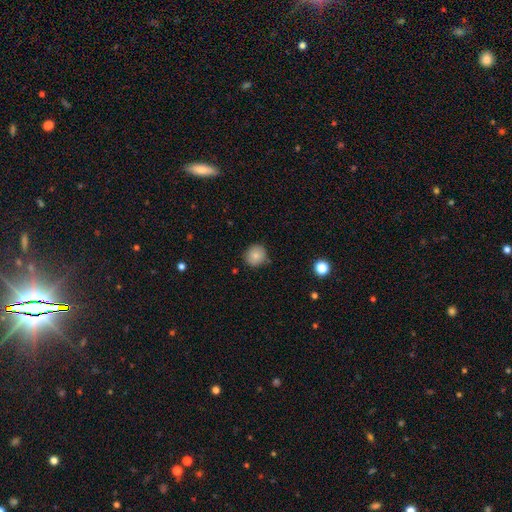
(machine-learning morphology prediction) Overall: smooth (81%). How rounded: round (88%). Merging: none (83%).